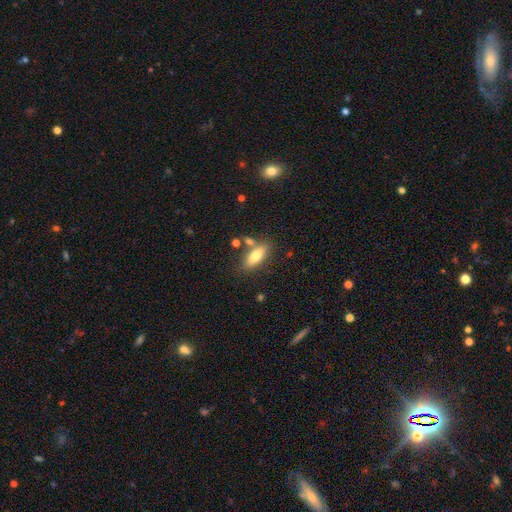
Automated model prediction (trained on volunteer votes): Smooth or featured?
  - smooth: 75% *
  - featured or disk: 18%
  - star or artifact: 7%
How rounded?
  - in between: 70% *
  - cigar-shaped: 28%
  - round: 3%
Merging?
  - none: 71% *
  - minor disturbance: 13%
  - merger: 12%
  - major disturbance: 4%